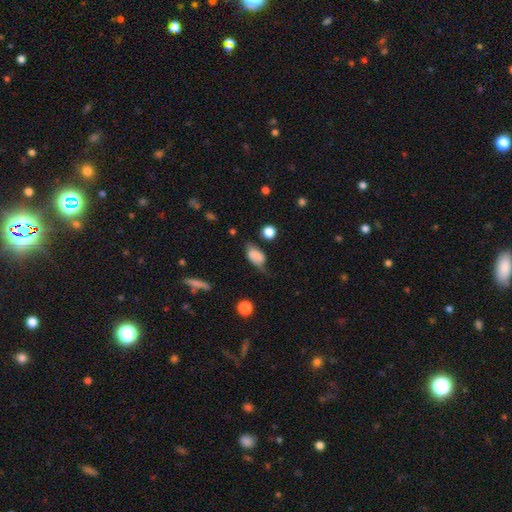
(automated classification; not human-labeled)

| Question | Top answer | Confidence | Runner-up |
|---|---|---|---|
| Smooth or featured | smooth | 68% | featured or disk (22%) |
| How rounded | in between | 86% | round (10%) |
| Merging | none | 40% | minor disturbance (36%) |